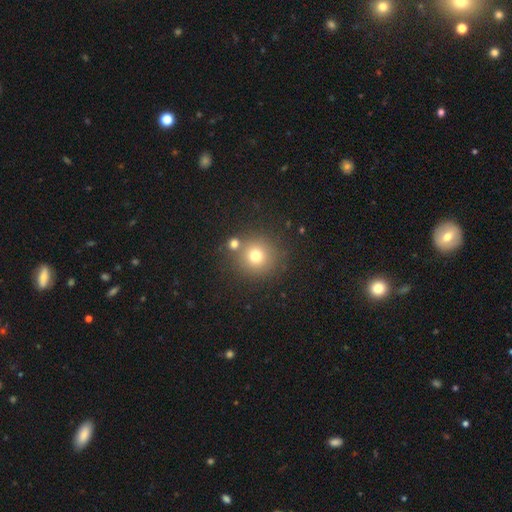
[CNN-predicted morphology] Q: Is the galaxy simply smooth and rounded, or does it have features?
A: smooth — 73%.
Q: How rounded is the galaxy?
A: round — 92%.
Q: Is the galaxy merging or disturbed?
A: none — 75%.